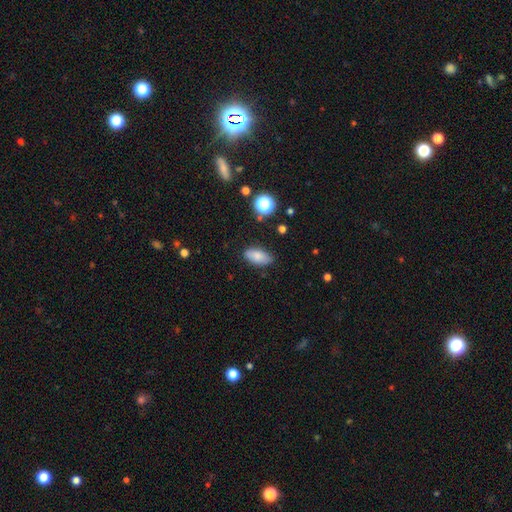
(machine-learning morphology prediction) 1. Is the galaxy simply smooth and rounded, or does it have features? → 80% smooth, 11% featured or disk, 9% star or artifact.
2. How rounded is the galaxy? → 88% in between, 8% cigar-shaped, 4% round.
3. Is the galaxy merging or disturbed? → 79% none, 16% minor disturbance, 3% major disturbance, 2% merger.